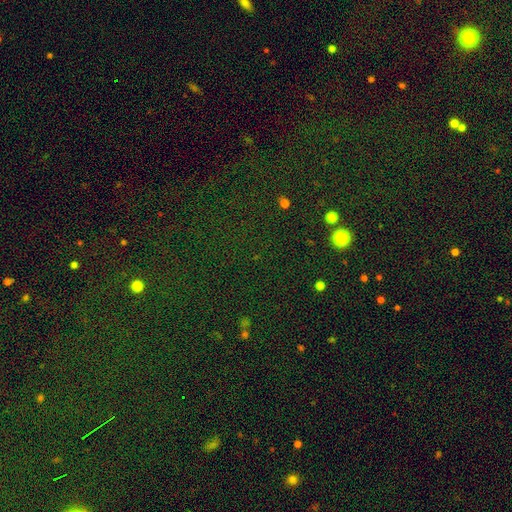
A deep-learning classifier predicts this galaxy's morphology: A star or artifact, not a galaxy (79%).

Vote fractions:
- Smooth or featured? star or artifact: 79% / smooth: 13% / featured or disk: 8%